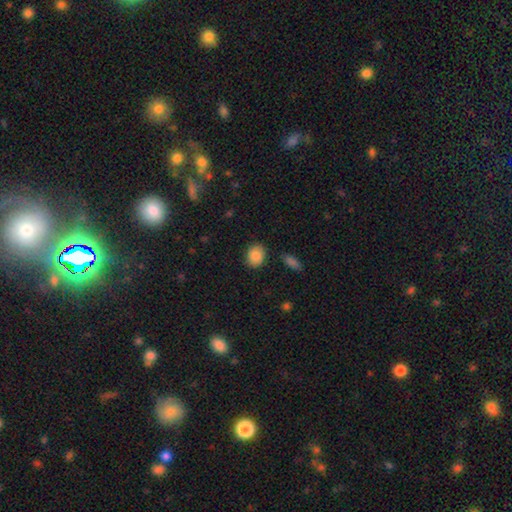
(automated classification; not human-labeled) This is clearly a smooth galaxy (88%). How rounded: possibly in between (50%). Merging: clearly none (85%).